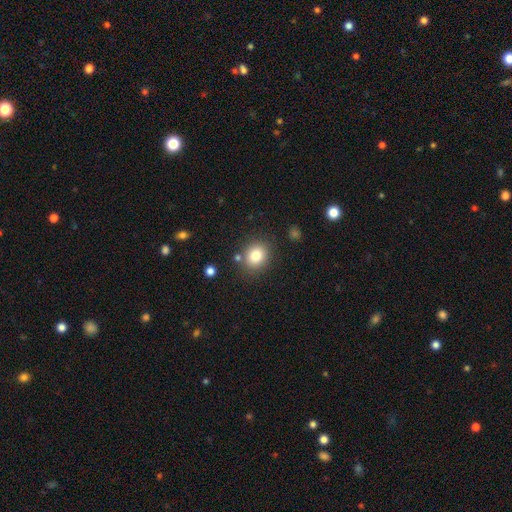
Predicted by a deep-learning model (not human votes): Smooth or featured?
  - smooth: 81% *
  - star or artifact: 11%
  - featured or disk: 8%
How rounded?
  - round: 75% *
  - in between: 25%
  - cigar-shaped: 1%
Merging?
  - none: 82% *
  - minor disturbance: 10%
  - merger: 5%
  - major disturbance: 3%